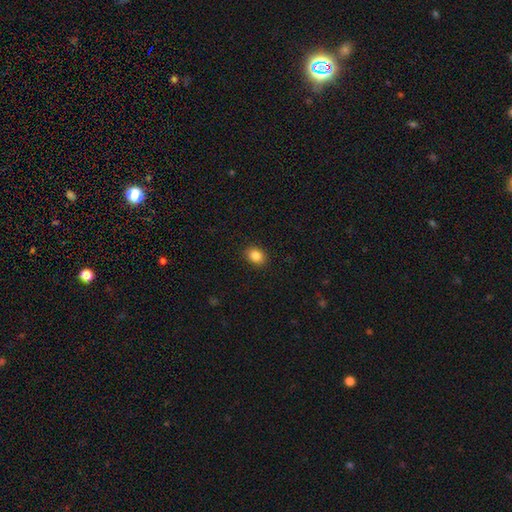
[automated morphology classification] The model was most divided on "how rounded": in between: 55%, round: 44%, cigar-shaped: 1%. More confident: merging — none (90%); smooth or featured — smooth (85%).